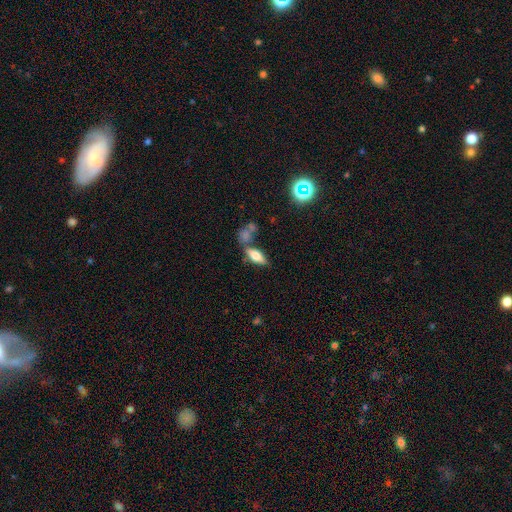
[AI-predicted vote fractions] Smooth or featured? Predicted: smooth (p=0.60). How rounded? Predicted: in between (p=0.69). Merging? Predicted: none (p=0.56).